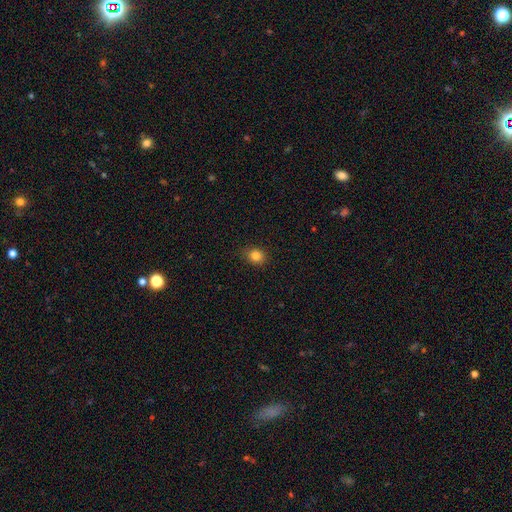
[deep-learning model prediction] Morphology: type=smooth (83%); roundness=round (65%); merging=none (86%).